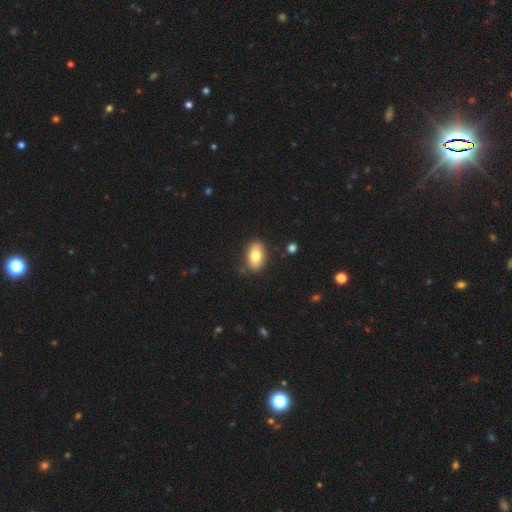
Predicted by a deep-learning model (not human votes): Morphology: type=smooth (77%); roundness=in between (90%); merging=none (82%).